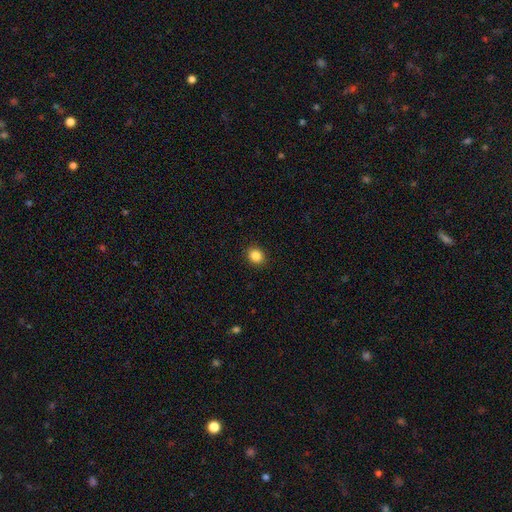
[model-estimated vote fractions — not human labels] A smooth galaxy with no disk features (86%) that is round (67%).

Vote fractions:
- Smooth or featured? smooth: 86% / star or artifact: 10% / featured or disk: 4%
- How rounded? round: 67% / in between: 32% / cigar-shaped: 1%
- Merging? none: 91% / minor disturbance: 6% / major disturbance: 2% / merger: 1%